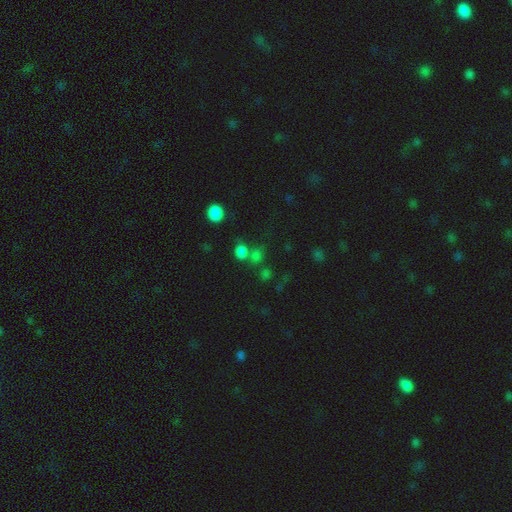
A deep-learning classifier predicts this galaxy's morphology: Smooth or featured? Predicted: smooth (p=0.72). How rounded? Predicted: round (p=0.72). Merging? Predicted: none (p=0.56).